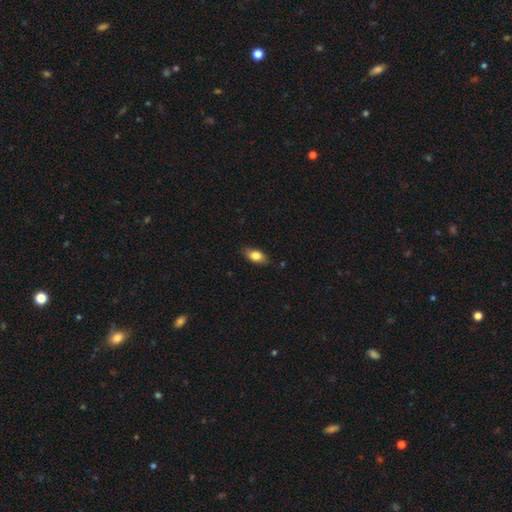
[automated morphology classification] smooth_or_featured: smooth (p=0.79) [alt: featured or disk p=0.13]
how_rounded: in between (p=0.87) [alt: cigar-shaped p=0.08]
merging: none (p=0.83) [alt: minor disturbance p=0.13]